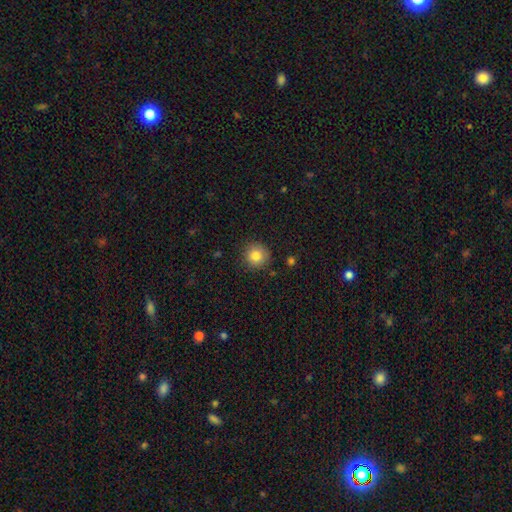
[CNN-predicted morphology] A smooth galaxy with no disk features (83%) that is round (94%). Merging: none (87%).